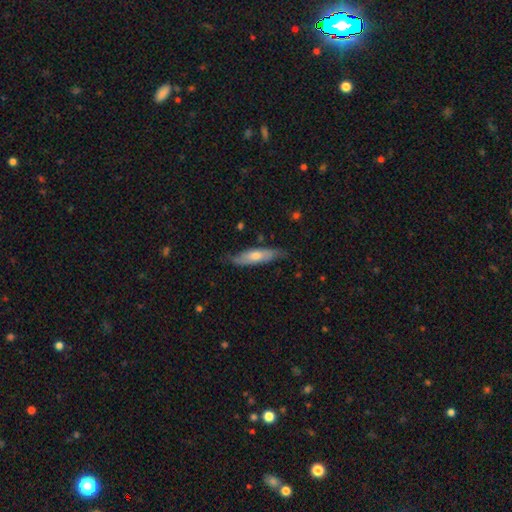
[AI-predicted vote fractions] Morphology: type=smooth (50%); roundness=cigar-shaped (66%); merging=none (73%).